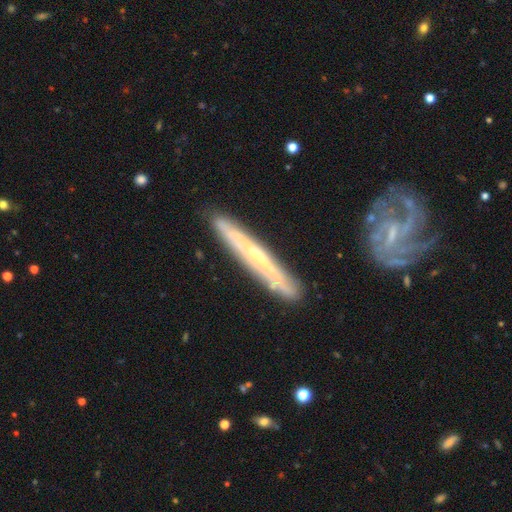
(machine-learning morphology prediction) type=featured or disk (64%); edge-on=yes (80%); edge-on bulge=none (56%); merging=none (85%).